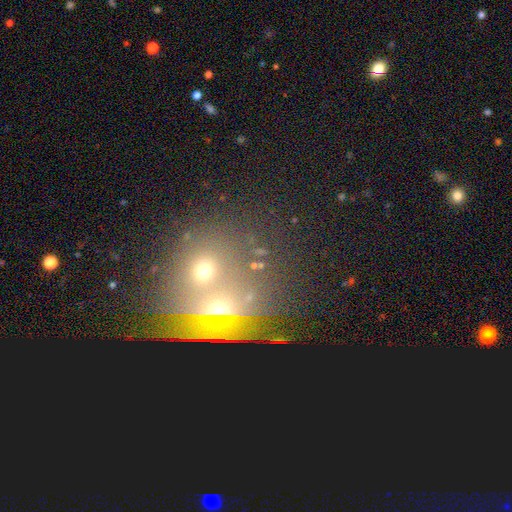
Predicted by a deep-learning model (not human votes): star or artifact 37%, featured or disk 34%, smooth 29%.